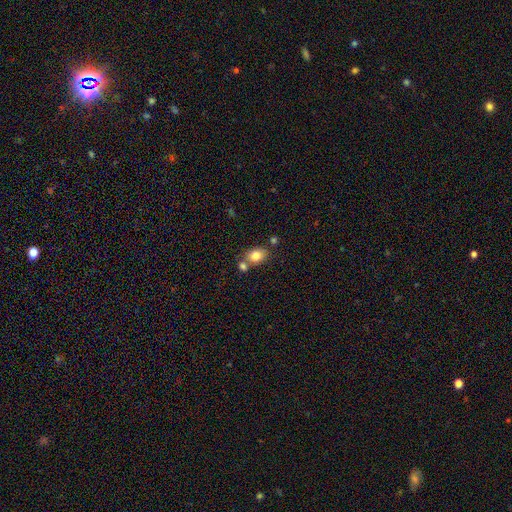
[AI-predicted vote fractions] A smooth galaxy with no disk features (81%) that is in between round and cigar-shaped (67%). Merging: none (60%).